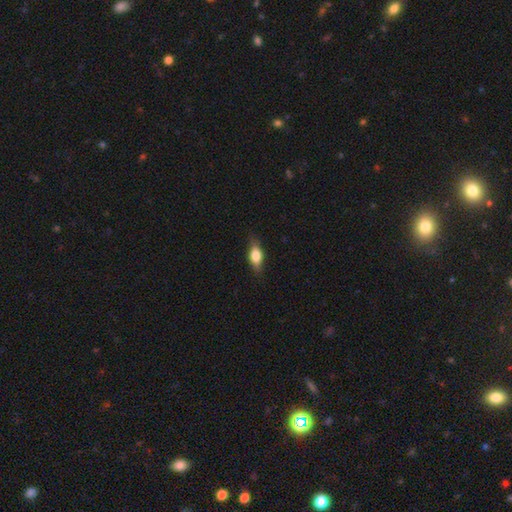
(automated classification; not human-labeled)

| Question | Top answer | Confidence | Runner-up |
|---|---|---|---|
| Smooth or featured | smooth | 67% | featured or disk (25%) |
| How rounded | in between | 76% | cigar-shaped (17%) |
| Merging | none | 78% | minor disturbance (18%) |